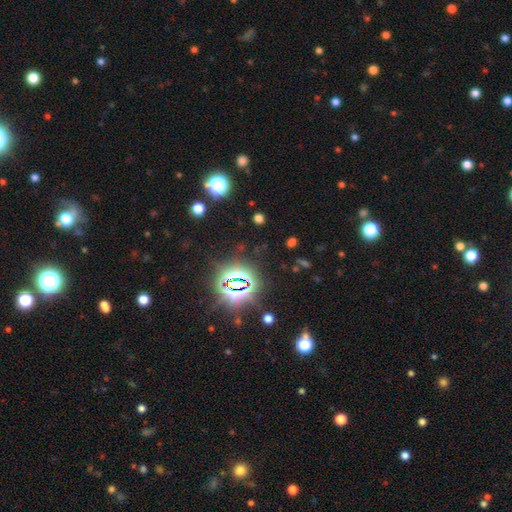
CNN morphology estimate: A star or artifact, not a galaxy (81%).

Vote fractions:
- Smooth or featured? star or artifact: 81% / smooth: 12% / featured or disk: 7%